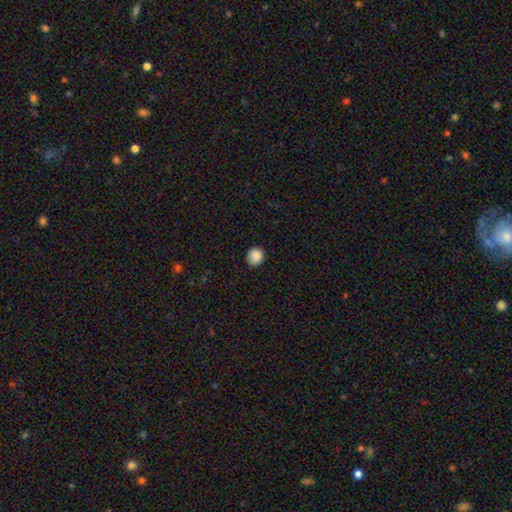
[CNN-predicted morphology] This appears to be a smooth galaxy with no disk features (88%) that is round (84%). Merging: none (88%).